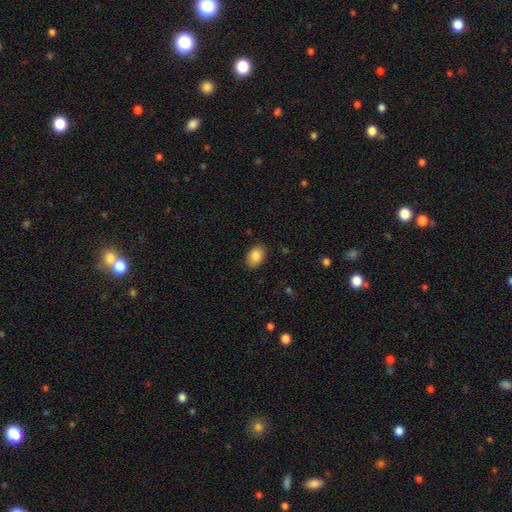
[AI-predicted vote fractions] smooth 85%, star or artifact 8%, featured or disk 7%. Down the decision tree: how rounded — in between (83%); merging — none (87%).